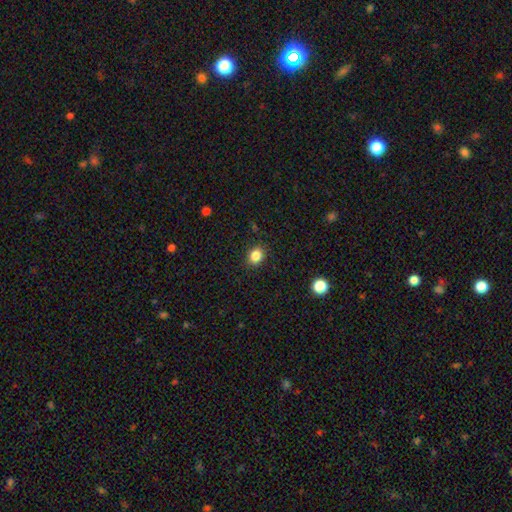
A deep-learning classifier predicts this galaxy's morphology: This is clearly a smooth galaxy (84%). How rounded: possibly round (60%). Merging: clearly none (88%).